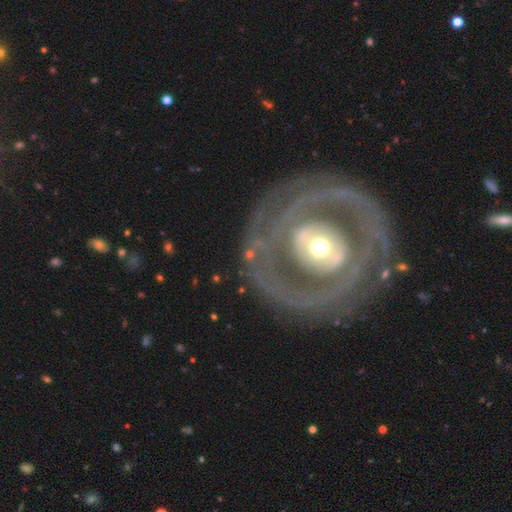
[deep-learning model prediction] featured or disk 82%, smooth 12%, star or artifact 5%. Down the decision tree: edge-on disk — no (96%); bar — no (57%); spiral arms — yes (70%); spiral arm count — 2 (51%); spiral winding — tight (65%); bulge size — moderate (57%); merging — none (77%).